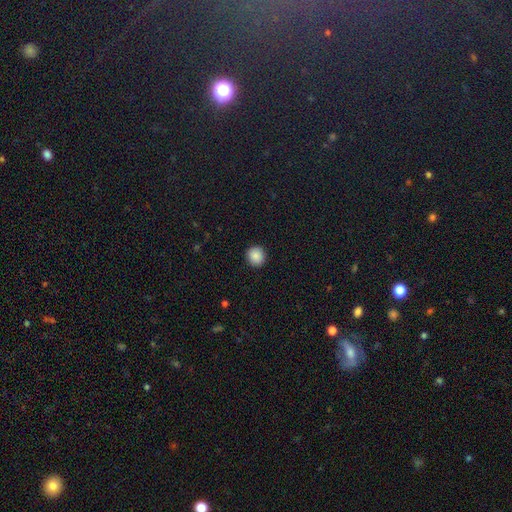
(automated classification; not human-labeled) smooth-or-featured: smooth: 88% | star or artifact: 9% | featured or disk: 4%
  how-rounded: round: 89% | in between: 10% | cigar-shaped: 1%
  merging: none: 92% | minor disturbance: 5% | major disturbance: 2% | merger: 1%